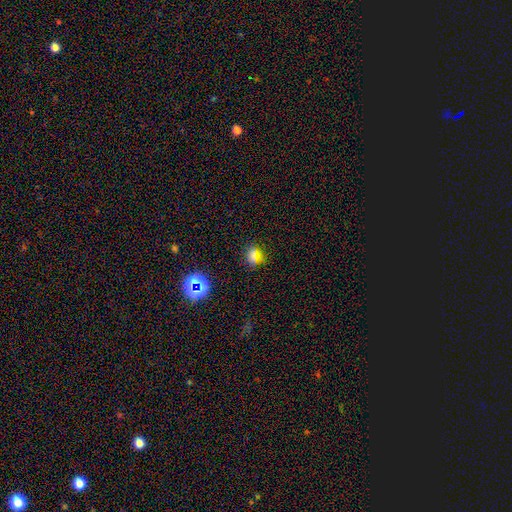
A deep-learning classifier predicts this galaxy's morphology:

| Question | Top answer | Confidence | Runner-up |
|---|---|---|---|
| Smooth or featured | smooth | 62% | star or artifact (30%) |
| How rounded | round | 66% | in between (32%) |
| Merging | none | 85% | minor disturbance (10%) |